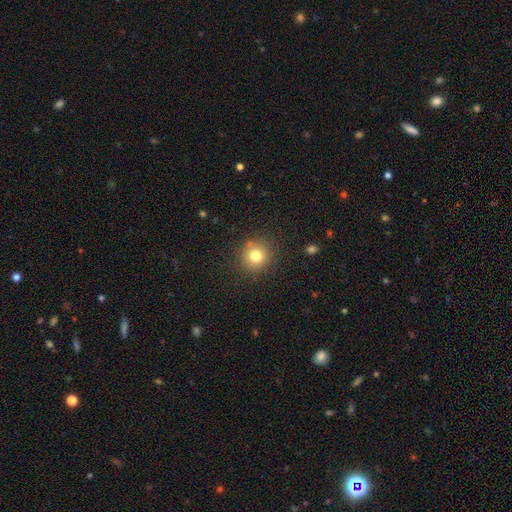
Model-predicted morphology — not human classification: smooth 78%, star or artifact 13%, featured or disk 9%. Down the decision tree: how rounded — round (91%); merging — none (87%).